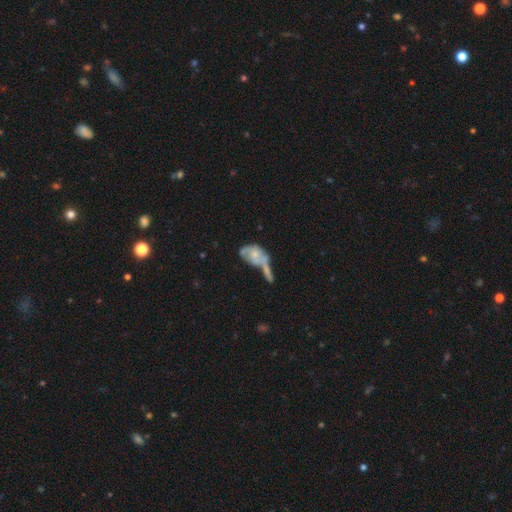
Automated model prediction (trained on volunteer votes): Smooth or featured? featured or disk (48%)
Merging? merger (52%)